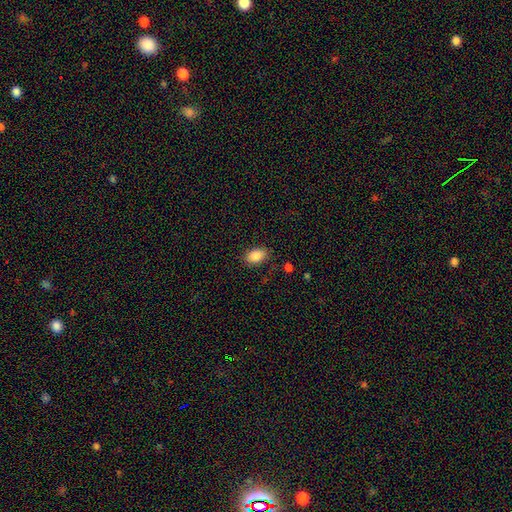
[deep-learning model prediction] smooth 88%, star or artifact 8%, featured or disk 5%. Down the decision tree: how rounded — in between (90%); merging — none (84%).